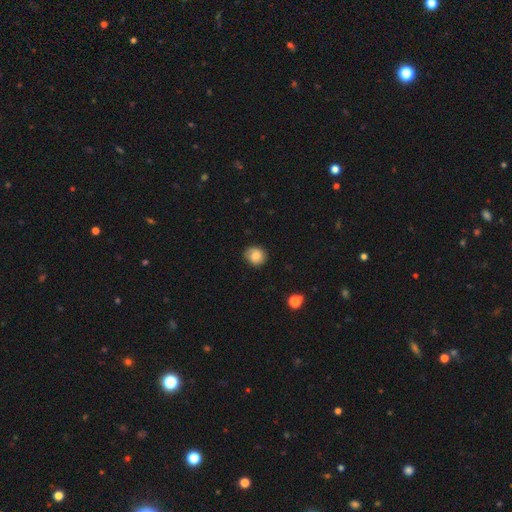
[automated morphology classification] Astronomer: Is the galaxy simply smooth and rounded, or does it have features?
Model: smooth — 73%.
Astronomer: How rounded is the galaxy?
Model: round — 74%.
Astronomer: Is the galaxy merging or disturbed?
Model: none — 78%.